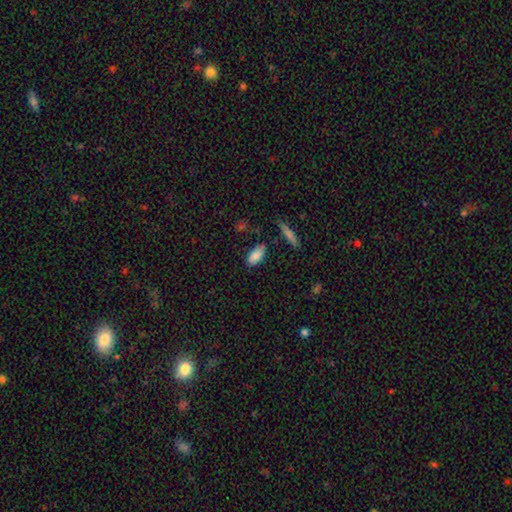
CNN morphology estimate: type=smooth (85%); roundness=in between (89%); merging=none (74%).